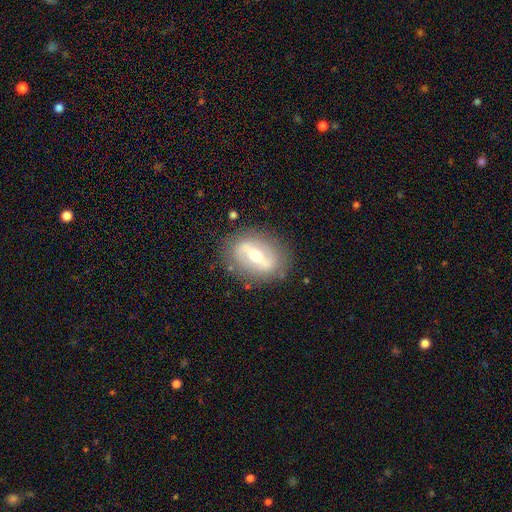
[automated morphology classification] Smooth or featured: featured or disk — 72% (smooth — 21%)
Edge-on disk: no — 84% (yes — 16%)
Bar: strong — 65% (weak — 23%)
Spiral arms: no — 61% (yes — 39%)
Bulge size: moderate — 68% (small — 23%)
Merging: none — 81% (minor disturbance — 12%)